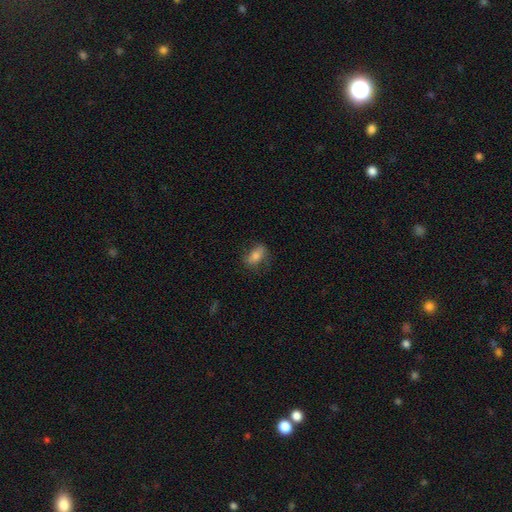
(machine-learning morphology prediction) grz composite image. It shows a smooth galaxy with no disk features (70%) that is in between round and cigar-shaped (83%). Merging: none (72%).